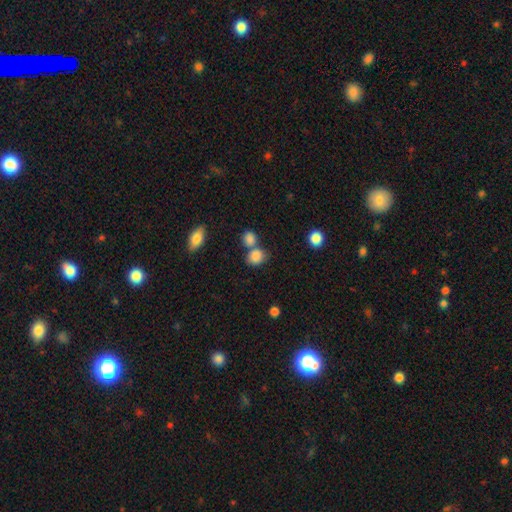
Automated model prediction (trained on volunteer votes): smooth 85%, star or artifact 9%, featured or disk 6%. Down the decision tree: how rounded — round (51%); merging — none (48%).